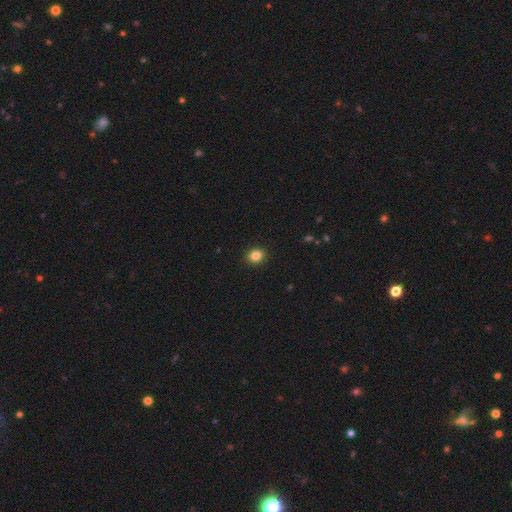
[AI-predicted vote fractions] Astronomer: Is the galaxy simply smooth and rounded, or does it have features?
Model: smooth — 85%.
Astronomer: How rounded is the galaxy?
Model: round — 67%.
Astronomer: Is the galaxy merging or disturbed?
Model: none — 91%.